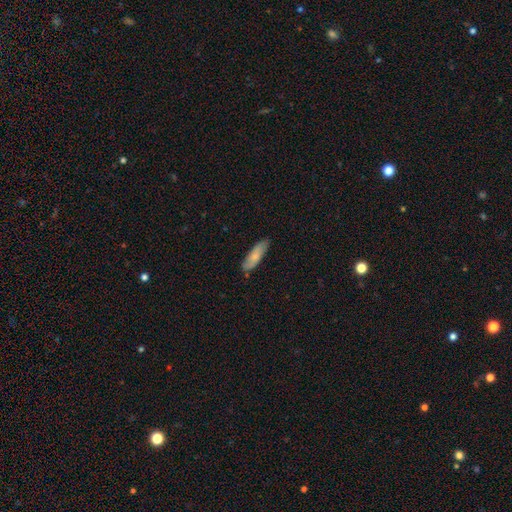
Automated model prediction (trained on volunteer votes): A smooth galaxy with no disk features (73%) that is cigar-shaped (55%). Merging: none (81%).